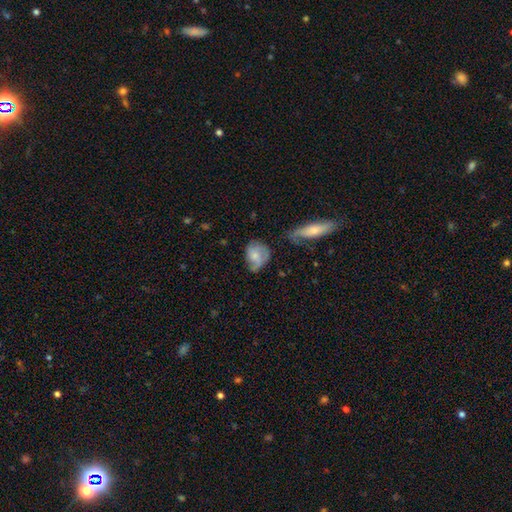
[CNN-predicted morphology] smooth_or_featured: smooth (p=0.53) [alt: featured or disk p=0.40]
how_rounded: in between (p=0.50) [alt: round p=0.48]
merging: none (p=0.46) [alt: minor disturbance p=0.33]